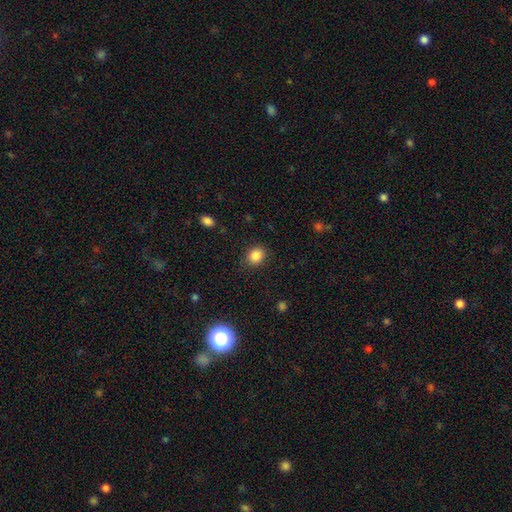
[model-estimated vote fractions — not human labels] Smooth or featured?
  - smooth: 85% *
  - star or artifact: 10%
  - featured or disk: 4%
How rounded?
  - round: 65% *
  - in between: 34%
  - cigar-shaped: 1%
Merging?
  - none: 86% *
  - minor disturbance: 10%
  - major disturbance: 3%
  - merger: 1%